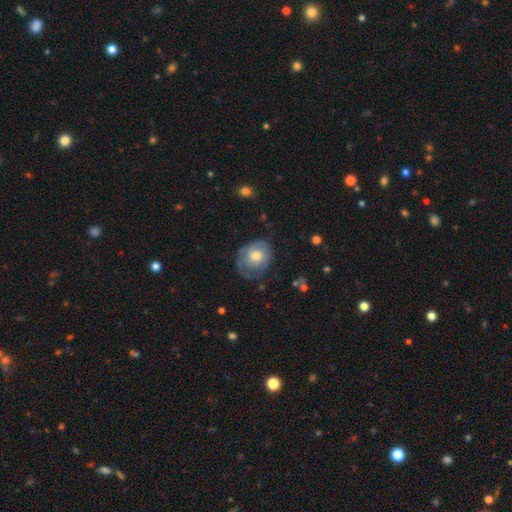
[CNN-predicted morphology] Smooth or featured?
  - smooth: 47% *
  - featured or disk: 46%
  - star or artifact: 7%
Merging?
  - none: 53% *
  - minor disturbance: 29%
  - major disturbance: 17%
  - merger: 2%